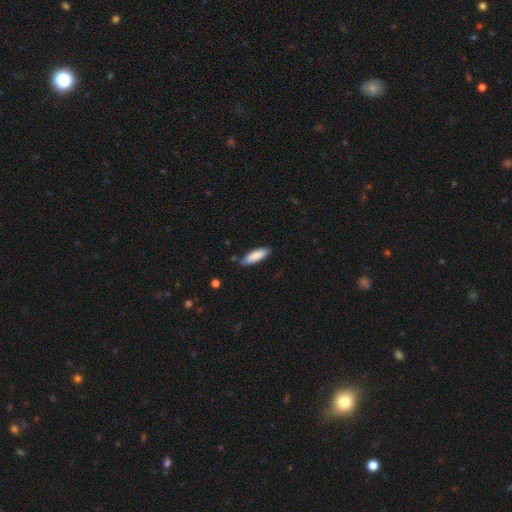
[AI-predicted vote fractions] Smooth or featured: smooth — 87% (featured or disk — 8%)
How rounded: in between — 53% (cigar-shaped — 45%)
Merging: none — 83% (minor disturbance — 13%)